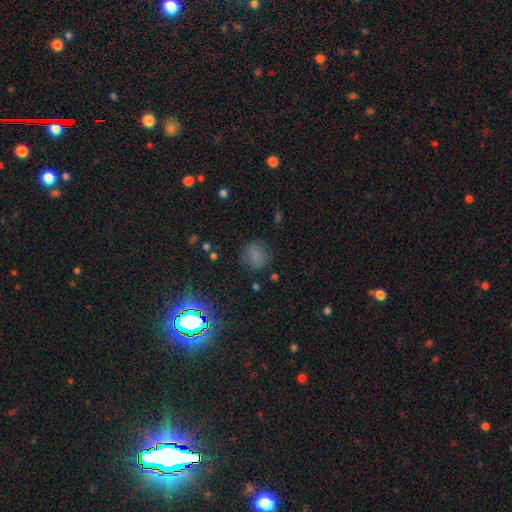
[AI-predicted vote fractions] Morphology: type=smooth (74%); roundness=round (83%); merging=none (80%).